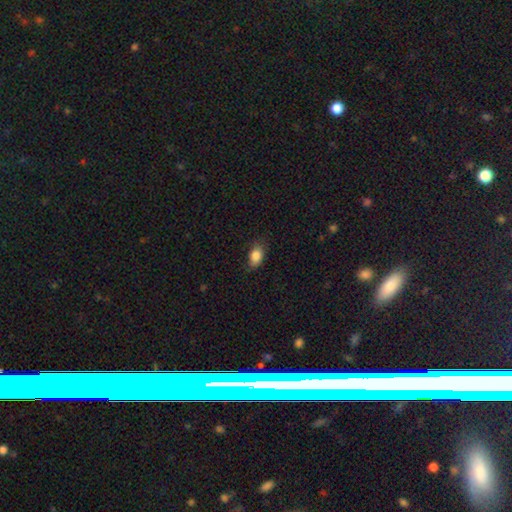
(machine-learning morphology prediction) smooth-or-featured: smooth: 86% | star or artifact: 8% | featured or disk: 6%
  how-rounded: in between: 86% | round: 12% | cigar-shaped: 2%
  merging: none: 71% | minor disturbance: 23% | major disturbance: 5% | merger: 1%